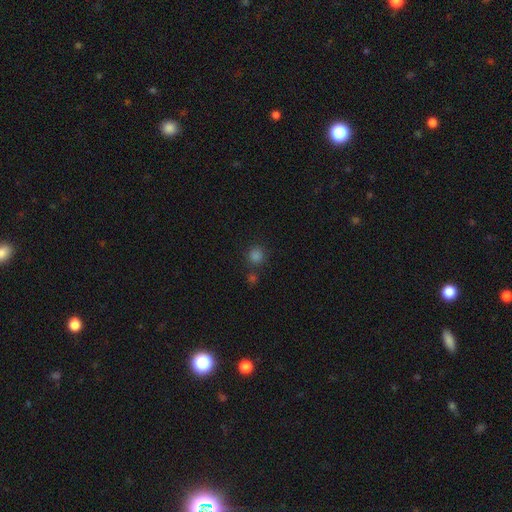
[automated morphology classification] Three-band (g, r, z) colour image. It shows a smooth galaxy with no disk features (77%) that is round (92%). Merging: none (78%).